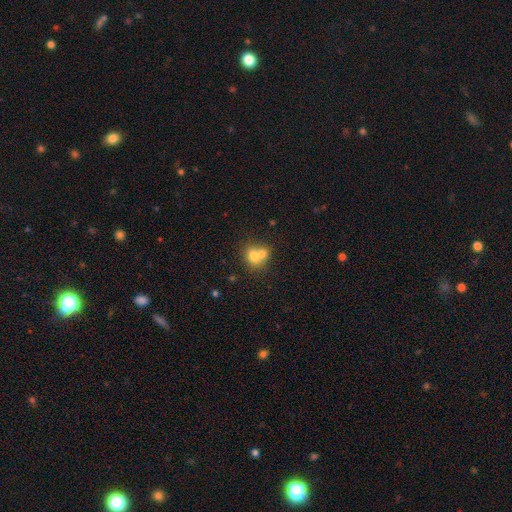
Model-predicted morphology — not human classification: Smooth or featured: smooth — 71% (featured or disk — 19%)
How rounded: round — 58% (in between — 41%)
Merging: merger — 62% (none — 28%)